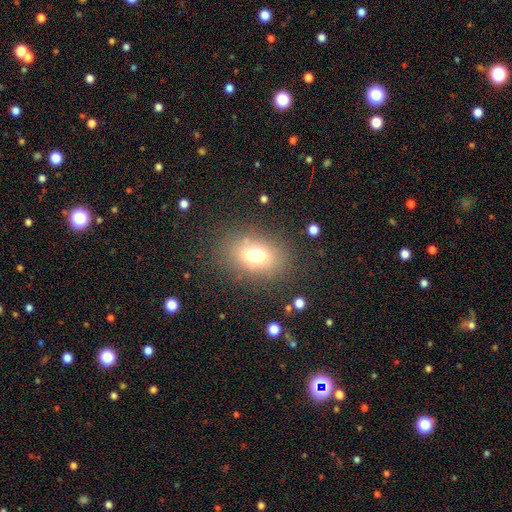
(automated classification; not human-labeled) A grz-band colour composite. It shows a smooth galaxy with no disk features (71%) that is in between round and cigar-shaped (78%). Merging: none (79%).